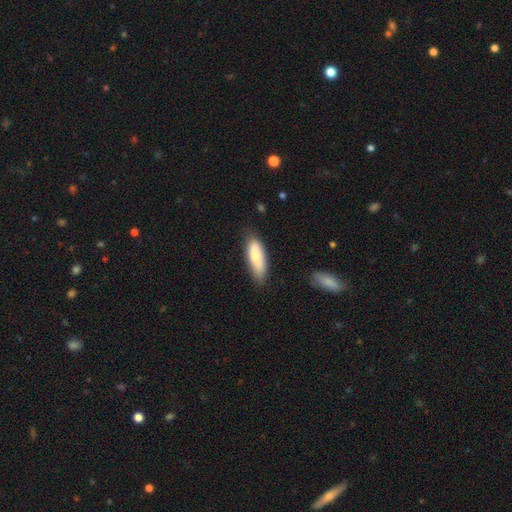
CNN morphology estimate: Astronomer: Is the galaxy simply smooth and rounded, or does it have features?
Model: smooth — 79%.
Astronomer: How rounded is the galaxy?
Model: in between — 63%.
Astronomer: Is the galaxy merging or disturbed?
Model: none — 74%.